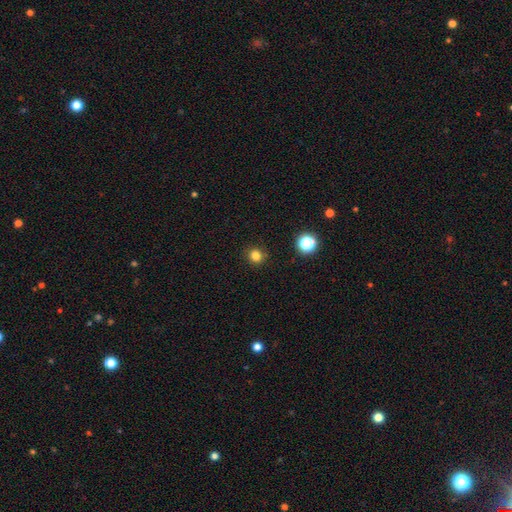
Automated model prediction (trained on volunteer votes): Smooth or featured: smooth — 81% (star or artifact — 15%)
How rounded: round — 88% (in between — 11%)
Merging: none — 90% (minor disturbance — 6%)